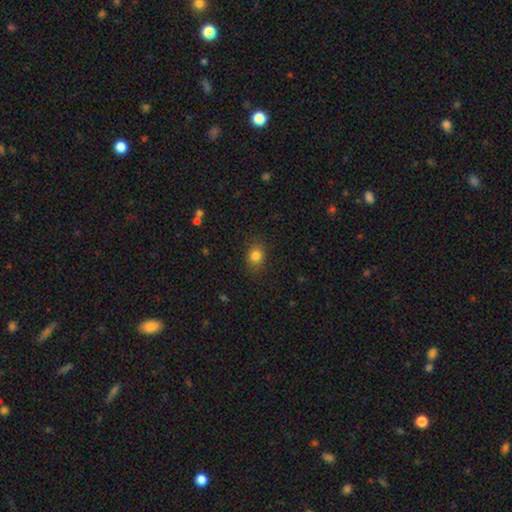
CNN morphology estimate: The model was most divided on "how rounded": round: 54%, in between: 45%, cigar-shaped: 1%. More confident: merging — none (85%); smooth or featured — smooth (82%).